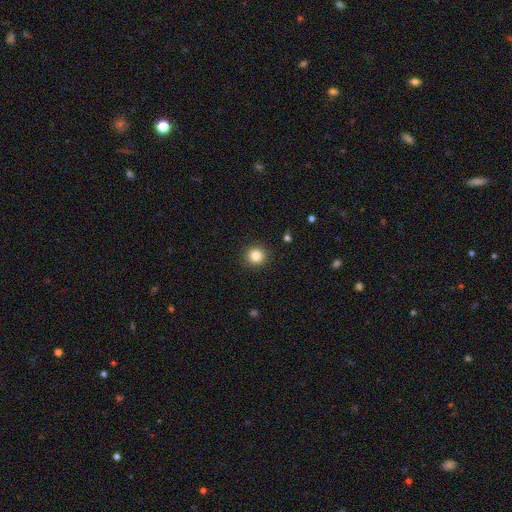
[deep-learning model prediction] This appears to be a smooth galaxy with no disk features (84%) that is round (94%). Merging: none (92%).